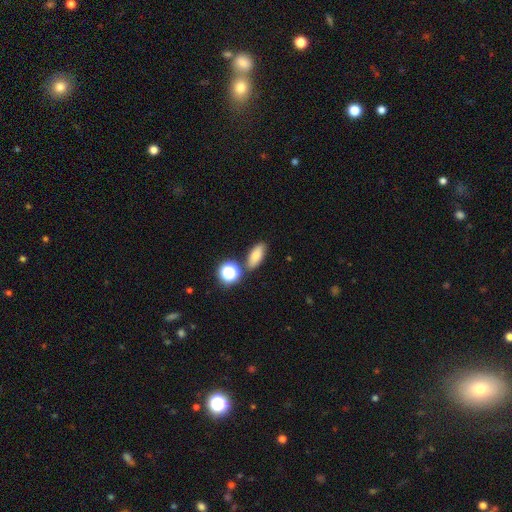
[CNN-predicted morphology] This appears to be a smooth galaxy with no disk features (75%) that is in between round and cigar-shaped (74%). Merging: none (77%).